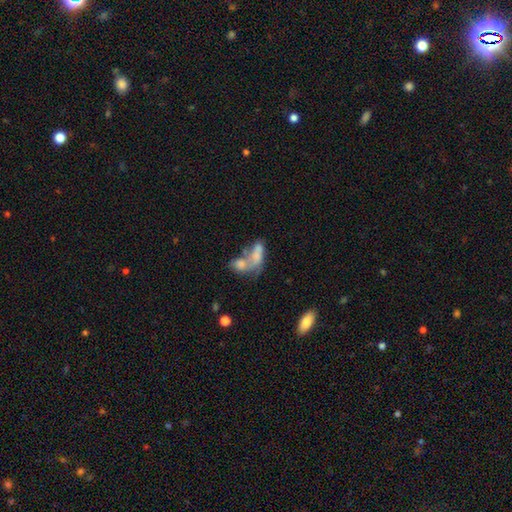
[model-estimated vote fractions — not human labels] smooth_or_featured: smooth (p=0.62) [alt: featured or disk p=0.27]
how_rounded: in between (p=0.82) [alt: cigar-shaped p=0.09]
merging: merger (p=0.63) [alt: none p=0.16]